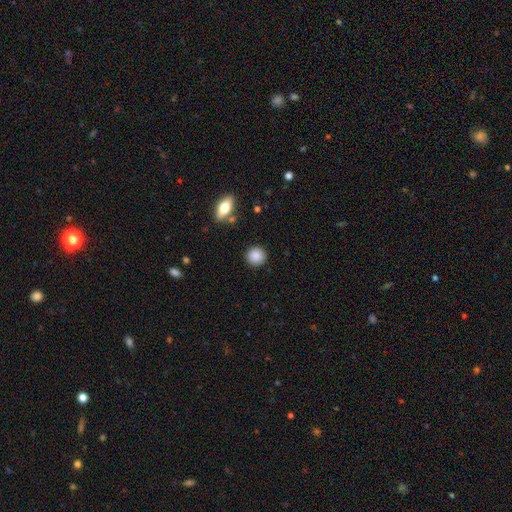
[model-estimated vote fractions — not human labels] Smooth or featured: smooth — 88% (star or artifact — 8%)
How rounded: round — 92% (in between — 7%)
Merging: none — 89% (minor disturbance — 6%)